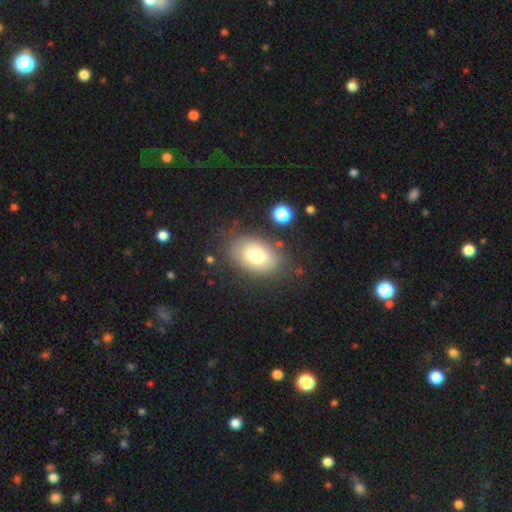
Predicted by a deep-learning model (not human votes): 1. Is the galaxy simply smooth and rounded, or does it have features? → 74% smooth, 16% featured or disk, 10% star or artifact.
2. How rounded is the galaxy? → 81% in between, 17% round, 1% cigar-shaped.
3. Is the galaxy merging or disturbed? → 77% none, 14% minor disturbance, 6% major disturbance, 3% merger.